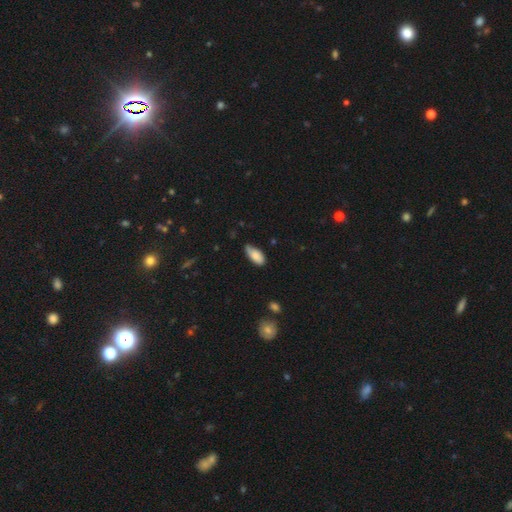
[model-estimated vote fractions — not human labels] smooth_or_featured: smooth (p=0.83) [alt: featured or disk p=0.10]
how_rounded: in between (p=0.90) [alt: cigar-shaped p=0.08]
merging: none (p=0.56) [alt: minor disturbance p=0.37]